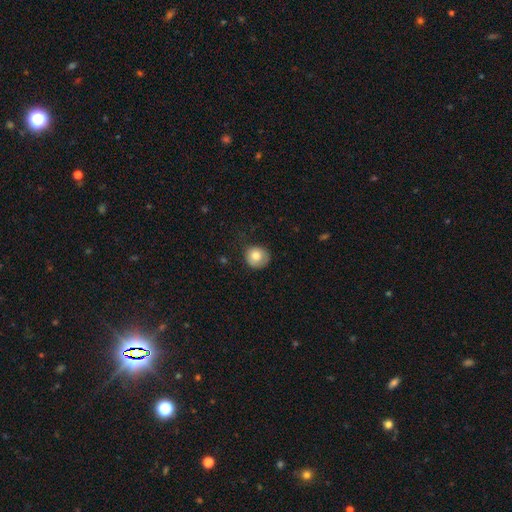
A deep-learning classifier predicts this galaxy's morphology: A smooth galaxy with no disk features (80%) that is round (87%).

Vote fractions:
- Smooth or featured? smooth: 80% / featured or disk: 11% / star or artifact: 9%
- How rounded? round: 87% / in between: 13% / cigar-shaped: 1%
- Merging? none: 71% / minor disturbance: 22% / major disturbance: 6% / merger: 1%